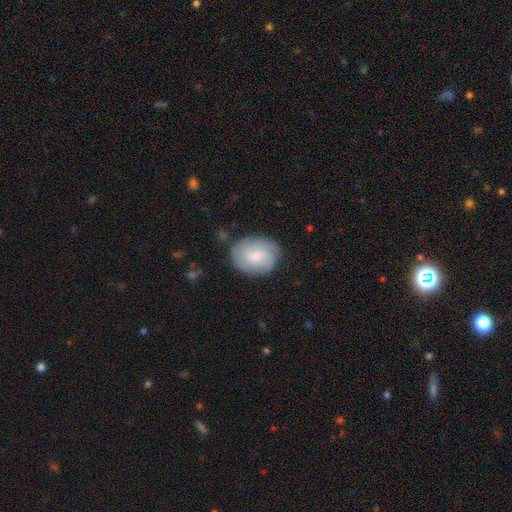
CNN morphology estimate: This is possibly a smooth galaxy (48%). Merging: likely none (74%).